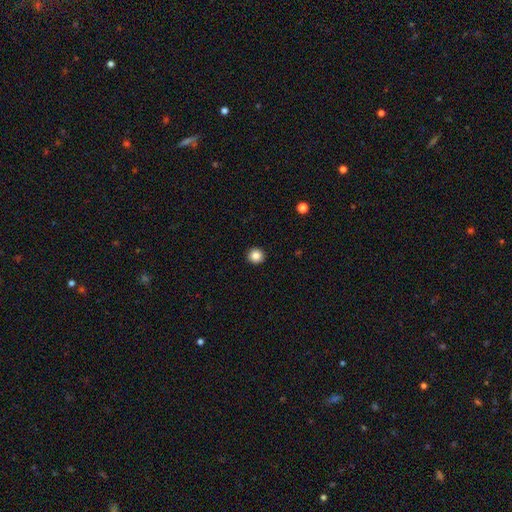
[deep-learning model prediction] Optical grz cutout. It shows a smooth galaxy with no disk features (86%) that is round (94%). Merging: none (93%).